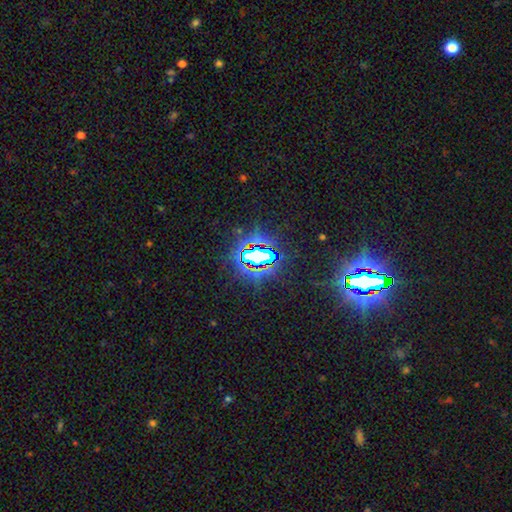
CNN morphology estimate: A star or artifact, not a galaxy (84%).